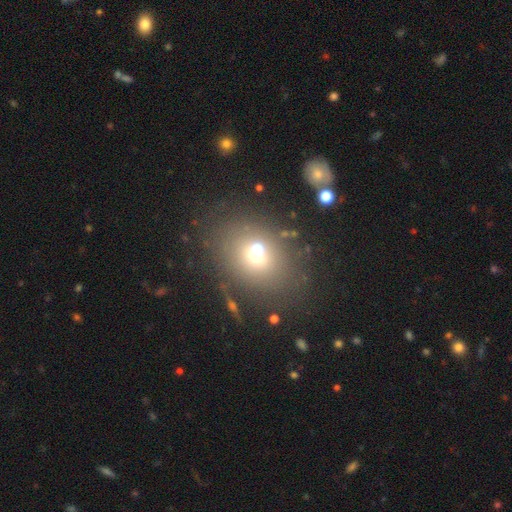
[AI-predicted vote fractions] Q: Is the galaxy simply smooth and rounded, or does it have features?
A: smooth — 60%.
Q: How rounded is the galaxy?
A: in between — 50%.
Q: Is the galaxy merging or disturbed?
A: none — 55%.